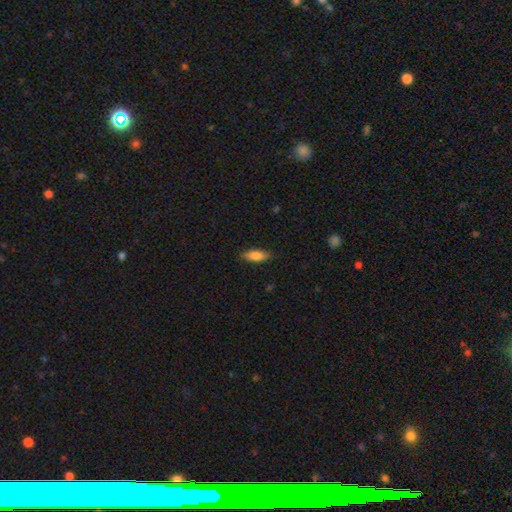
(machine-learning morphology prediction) smooth-or-featured: smooth: 79% | featured or disk: 15% | star or artifact: 6%
  how-rounded: in between: 63% | cigar-shaped: 34% | round: 2%
  merging: none: 86% | minor disturbance: 11% | major disturbance: 2% | merger: 1%